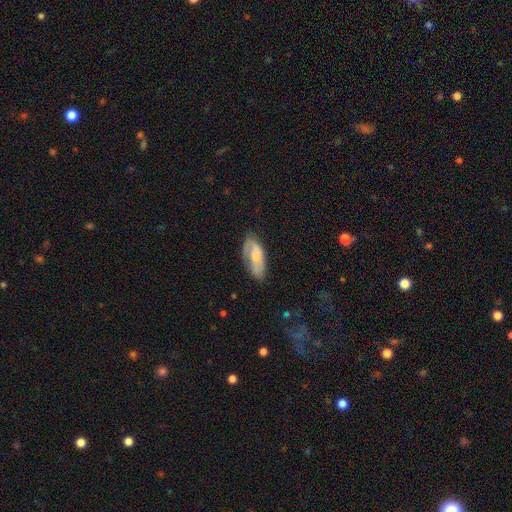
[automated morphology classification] Smooth or featured? Predicted: smooth (p=0.48). Merging? Predicted: none (p=0.60).